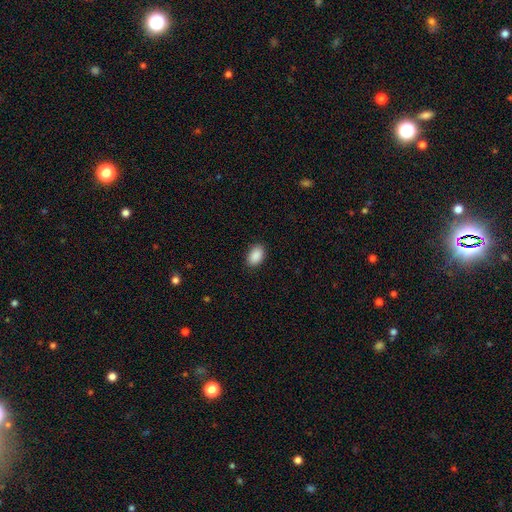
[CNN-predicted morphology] Overall: smooth (90%). How rounded: in between (90%). Merging: none (89%).